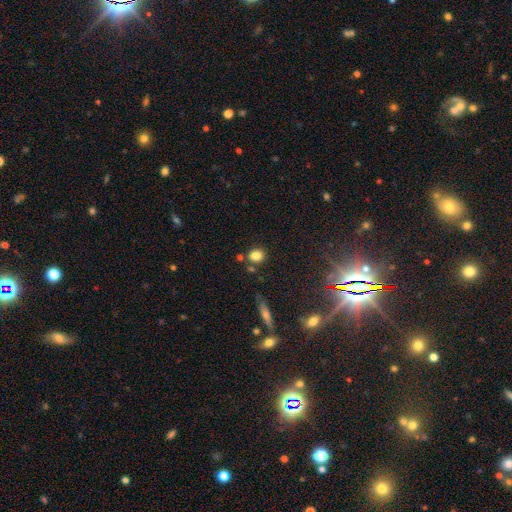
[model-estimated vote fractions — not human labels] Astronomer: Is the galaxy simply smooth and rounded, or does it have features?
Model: smooth — 81%.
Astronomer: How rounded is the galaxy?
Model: round — 49%, tied with in between at 49%.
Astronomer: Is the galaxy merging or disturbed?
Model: none — 71%.